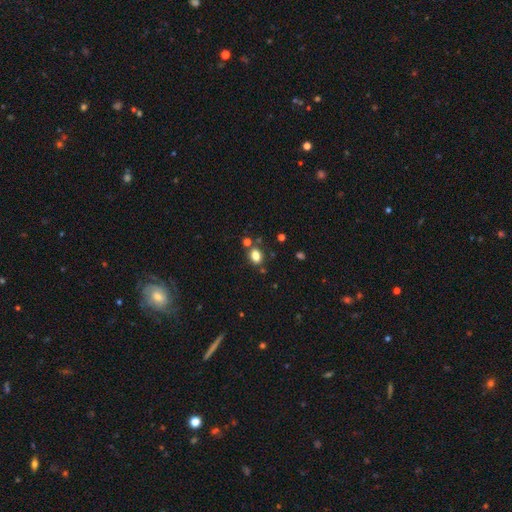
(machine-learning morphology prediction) Smooth or featured? smooth (81%)
How rounded? in between (64%)
Merging? none (74%)